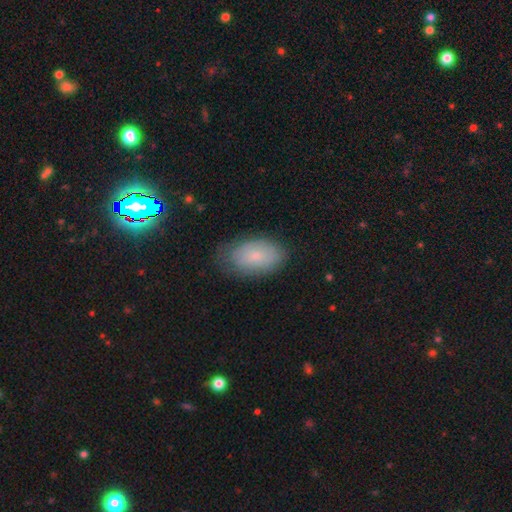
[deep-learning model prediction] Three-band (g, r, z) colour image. It shows a smooth galaxy with no disk features (69%) that is in between round and cigar-shaped (93%). Merging: none (72%).